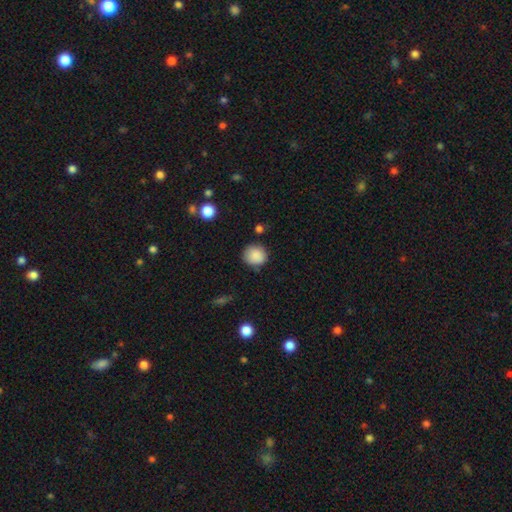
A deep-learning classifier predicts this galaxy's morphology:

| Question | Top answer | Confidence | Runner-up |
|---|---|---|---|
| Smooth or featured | smooth | 87% | star or artifact (9%) |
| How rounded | round | 88% | in between (11%) |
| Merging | none | 79% | minor disturbance (15%) |